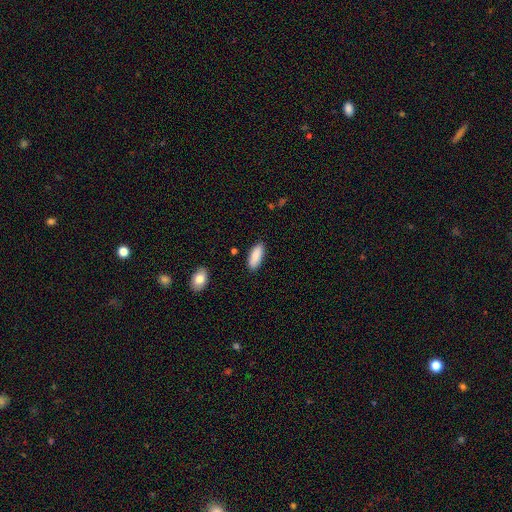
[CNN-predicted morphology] Smooth or featured?
  - smooth: 88% *
  - star or artifact: 6%
  - featured or disk: 6%
How rounded?
  - in between: 79% *
  - cigar-shaped: 19%
  - round: 2%
Merging?
  - none: 86% *
  - minor disturbance: 11%
  - major disturbance: 2%
  - merger: 2%